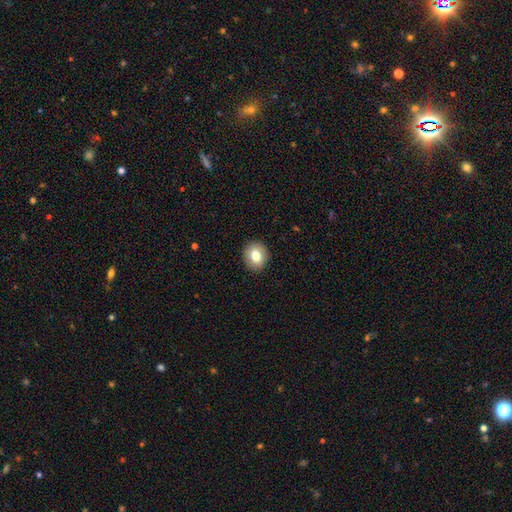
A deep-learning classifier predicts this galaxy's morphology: A smooth galaxy with no disk features (79%) that is round (69%). Merging: none (91%).